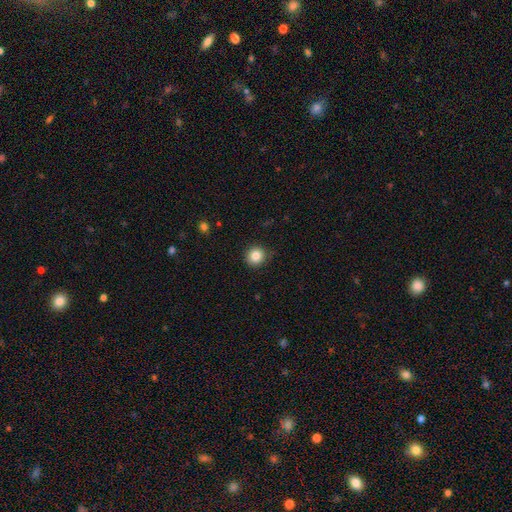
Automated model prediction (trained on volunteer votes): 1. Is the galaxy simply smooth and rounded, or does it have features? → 84% smooth, 10% star or artifact, 5% featured or disk.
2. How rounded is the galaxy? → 92% round, 7% in between, 1% cigar-shaped.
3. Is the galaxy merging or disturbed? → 89% none, 8% minor disturbance, 2% major disturbance, 1% merger.